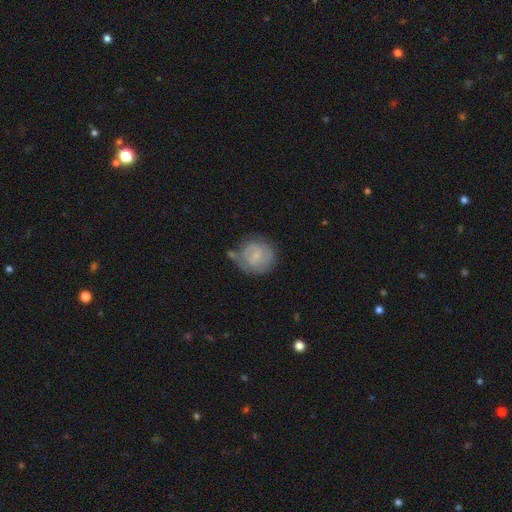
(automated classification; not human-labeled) This is possibly a smooth galaxy (49%). Merging: possibly none (56%).